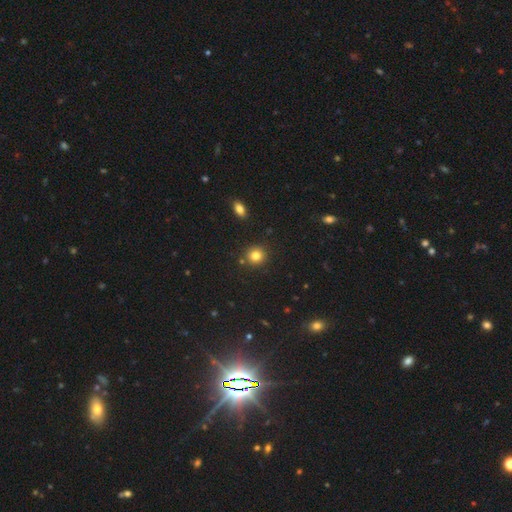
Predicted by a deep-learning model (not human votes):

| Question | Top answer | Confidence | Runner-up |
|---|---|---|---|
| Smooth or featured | smooth | 81% | star or artifact (12%) |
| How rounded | round | 90% | in between (9%) |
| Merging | none | 86% | minor disturbance (7%) |